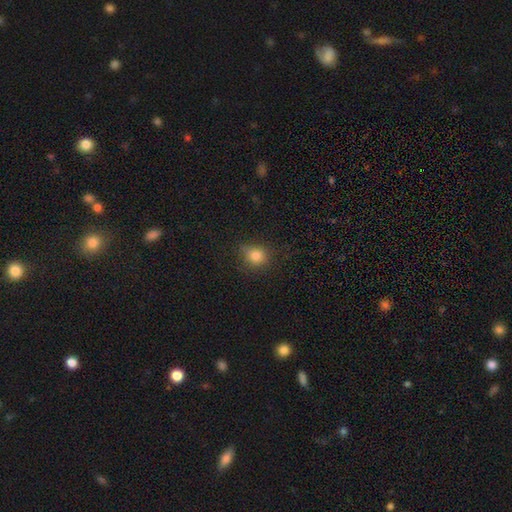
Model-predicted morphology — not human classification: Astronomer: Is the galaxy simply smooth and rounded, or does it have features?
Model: smooth — 81%.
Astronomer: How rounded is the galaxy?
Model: round — 75%.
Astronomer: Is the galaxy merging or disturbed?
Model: none — 78%.